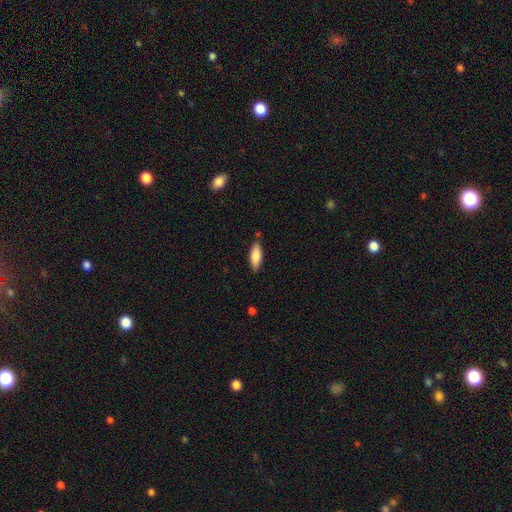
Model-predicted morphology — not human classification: The model was most divided on "how rounded": in between: 68%, cigar-shaped: 30%, round: 2%. More confident: smooth or featured — smooth (83%); merging — none (81%).